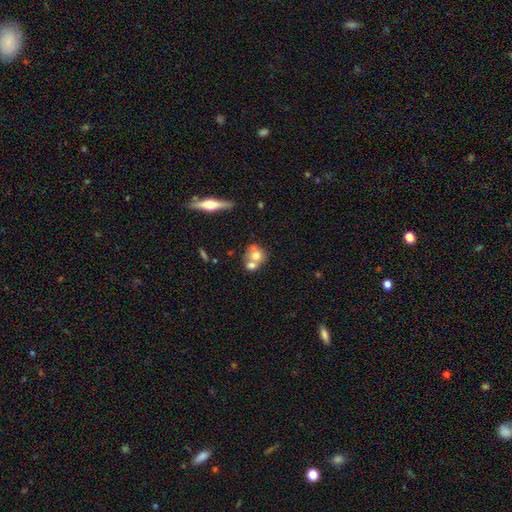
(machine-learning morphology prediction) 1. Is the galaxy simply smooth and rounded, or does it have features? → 65% smooth, 26% featured or disk, 9% star or artifact.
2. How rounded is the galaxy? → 66% round, 32% in between, 2% cigar-shaped.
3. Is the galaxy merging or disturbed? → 54% merger, 34% none, 9% minor disturbance, 4% major disturbance.